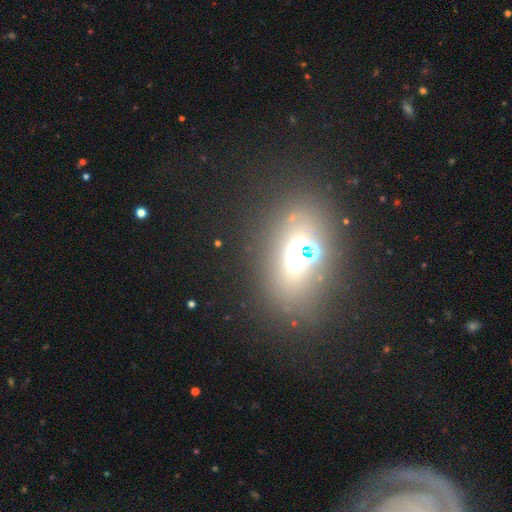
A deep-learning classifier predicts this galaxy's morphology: The model was most divided on "smooth or featured": smooth: 40%, featured or disk: 34%, star or artifact: 26%. More confident: merging — none (62%).